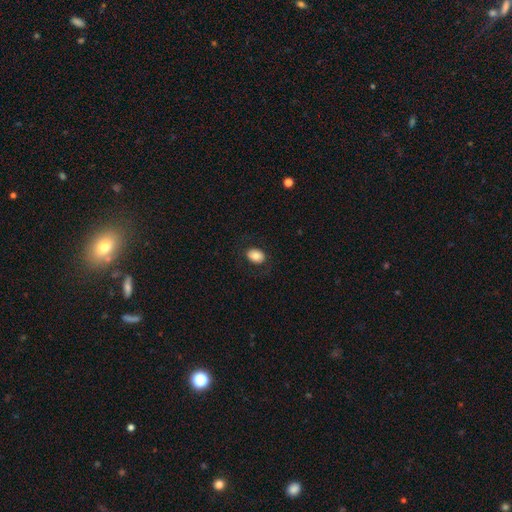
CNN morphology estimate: The model was most divided on "how rounded": in between: 70%, round: 29%, cigar-shaped: 1%. More confident: smooth or featured — smooth (82%); merging — none (82%).